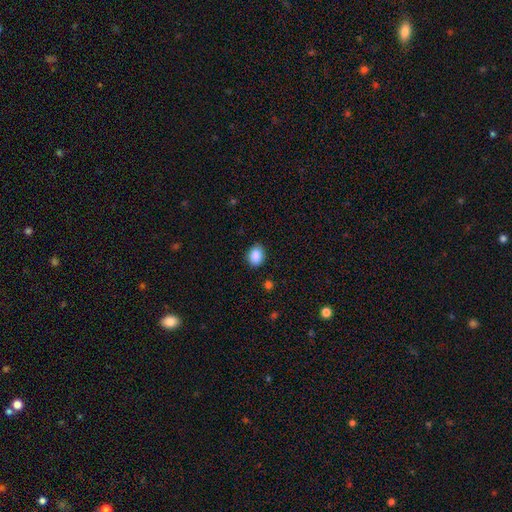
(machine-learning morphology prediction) smooth-or-featured: smooth: 88% | star or artifact: 8% | featured or disk: 4%
  how-rounded: in between: 65% | round: 34% | cigar-shaped: 1%
  merging: none: 86% | minor disturbance: 11% | major disturbance: 2% | merger: 1%